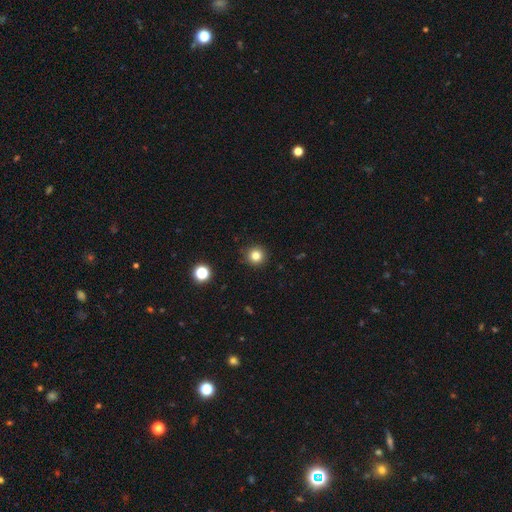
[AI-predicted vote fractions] smooth 81%, star or artifact 13%, featured or disk 6%. Down the decision tree: how rounded — round (95%); merging — none (91%).